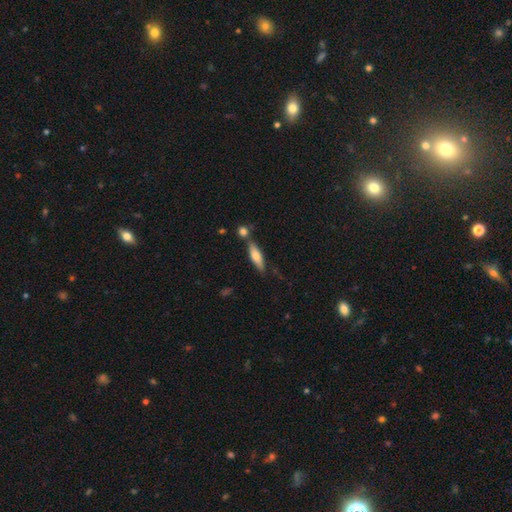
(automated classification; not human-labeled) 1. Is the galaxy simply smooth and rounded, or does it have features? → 63% smooth, 31% featured or disk, 6% star or artifact.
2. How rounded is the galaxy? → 64% cigar-shaped, 34% in between, 2% round.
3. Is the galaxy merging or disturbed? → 69% none, 14% minor disturbance, 13% merger, 3% major disturbance.